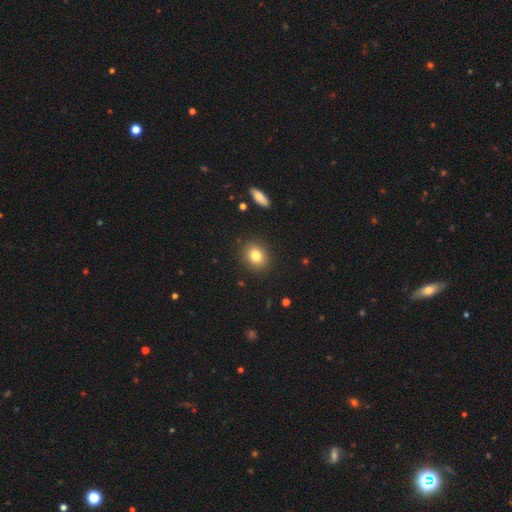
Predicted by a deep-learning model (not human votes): This appears to be a smooth galaxy with no disk features (82%) that is round (61%). Merging: none (89%).